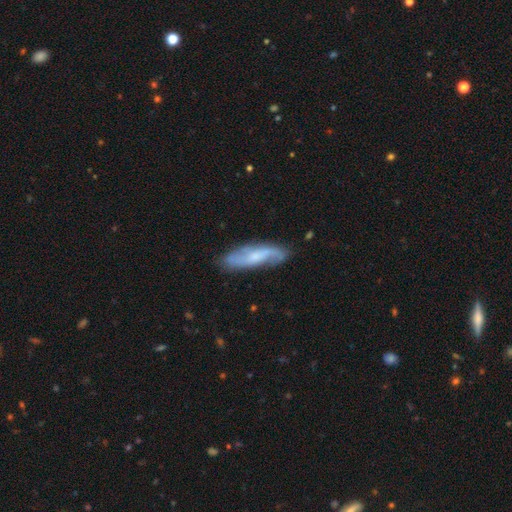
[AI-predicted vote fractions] This appears to be a featured or disk galaxy (67%) with no bar (46%), spiral arms (91%) and a small central bulge (51%). Merging: none (78%).